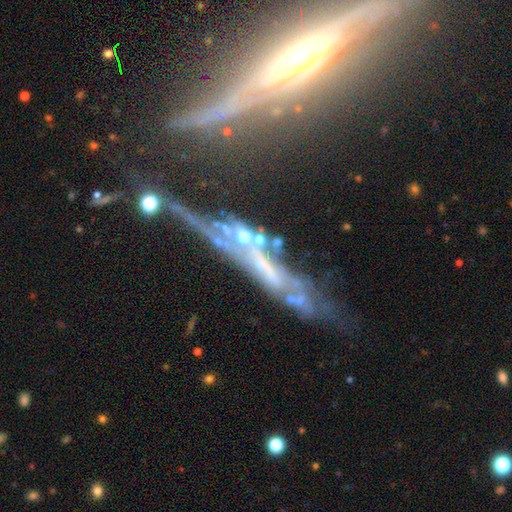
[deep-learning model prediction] featured or disk 73%, smooth 13%, star or artifact 13%. Down the decision tree: edge-on disk — yes (79%); edge-on bulge — none (57%); merging — none (56%).